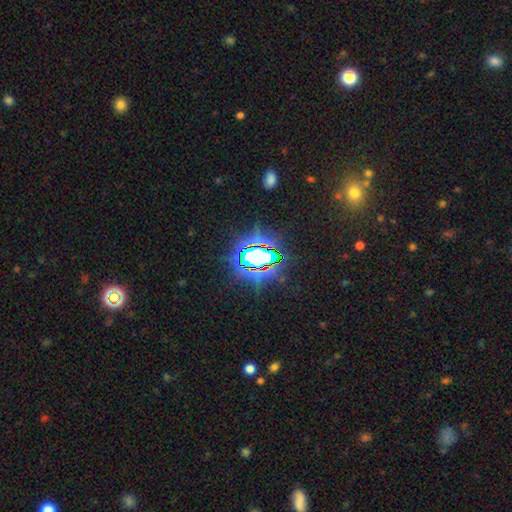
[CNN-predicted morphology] A star or artifact, not a galaxy (74%).